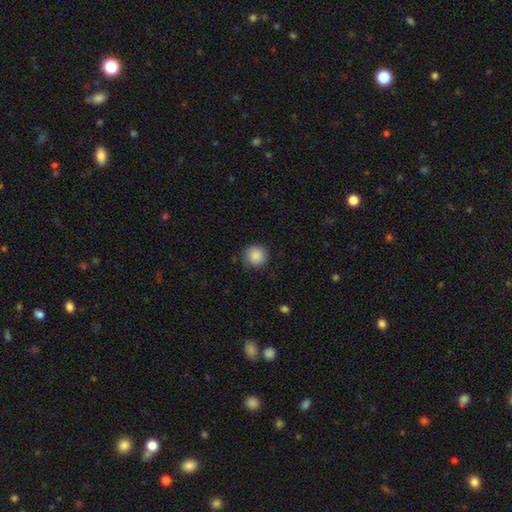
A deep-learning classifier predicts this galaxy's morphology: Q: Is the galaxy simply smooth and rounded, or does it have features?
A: smooth — 88%.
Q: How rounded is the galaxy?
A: round — 93%.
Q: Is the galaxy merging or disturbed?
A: none — 84%.